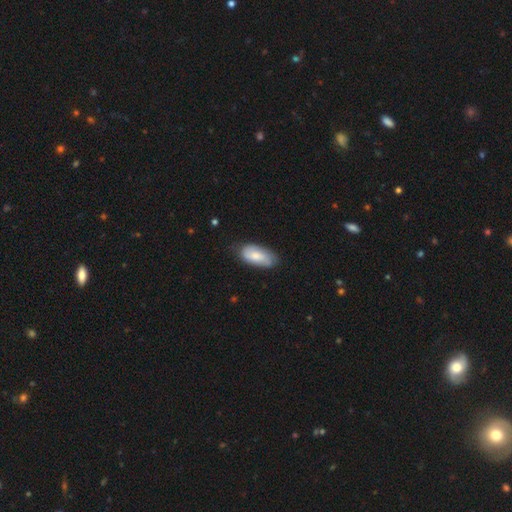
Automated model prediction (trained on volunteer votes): Q: Smooth or featured?
A: smooth (68%); runner-up: featured or disk (27%)
Q: How rounded?
A: in between (91%); runner-up: cigar-shaped (7%)
Q: Merging?
A: none (69%); runner-up: minor disturbance (25%)